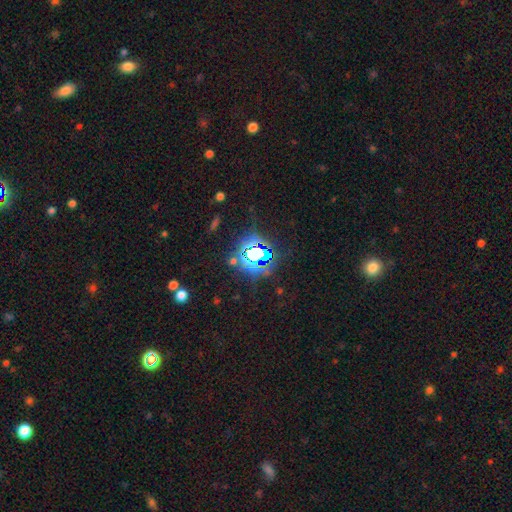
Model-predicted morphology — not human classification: This appears to be a star or artifact, not a galaxy (73%).